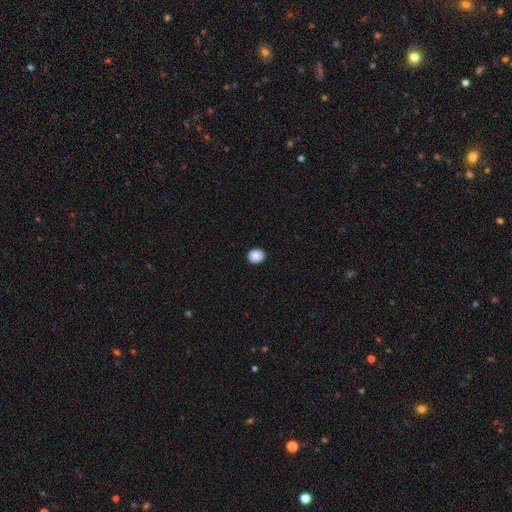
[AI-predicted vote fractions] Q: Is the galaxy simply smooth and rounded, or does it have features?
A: smooth — 89%.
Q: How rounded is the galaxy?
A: round — 72%.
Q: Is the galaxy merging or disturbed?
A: none — 92%.